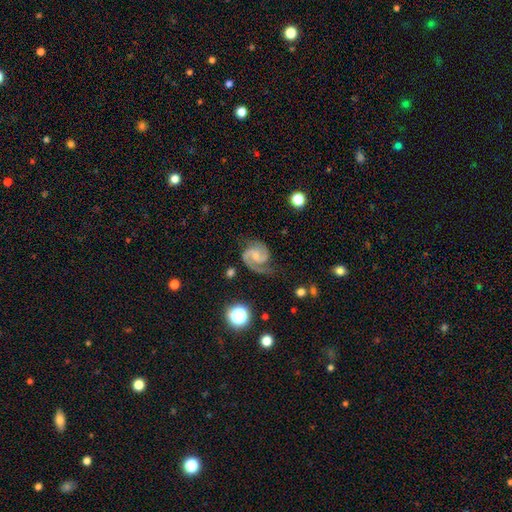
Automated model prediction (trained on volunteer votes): The model was most divided on "bar": no: 52%, weak: 39%, strong: 9%. More confident: edge-on disk — no (98%); spiral arms — yes (98%); spiral arm count — 2 (91%); smooth or featured — featured or disk (90%); merging — none (70%); spiral winding — medium (56%); bulge size — small (55%).